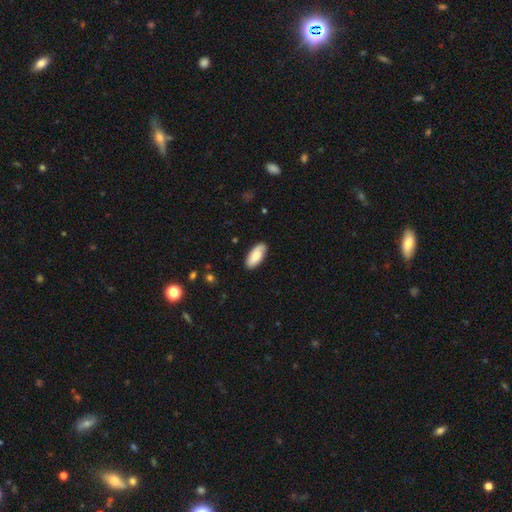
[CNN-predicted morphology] smooth_or_featured: smooth (p=0.76) [alt: featured or disk p=0.18]
how_rounded: in between (p=0.90) [alt: cigar-shaped p=0.08]
merging: none (p=0.84) [alt: minor disturbance p=0.12]